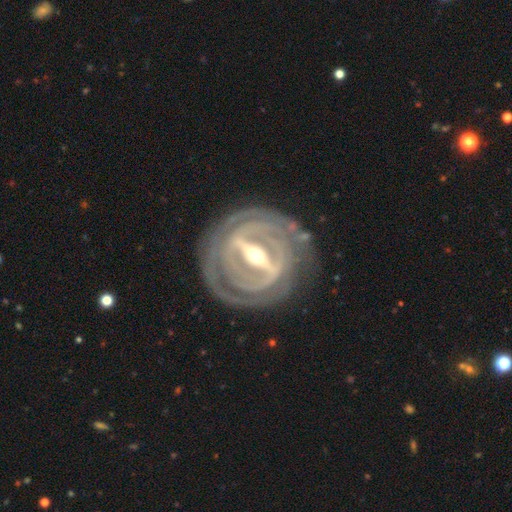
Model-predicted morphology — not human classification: This appears to be a featured or disk galaxy (90%) with a strong bar (84%), 2 (30%, tied with can't tell) tight (85%) spiral arms (87%) and a moderate central bulge (64%). Merging: none (80%).